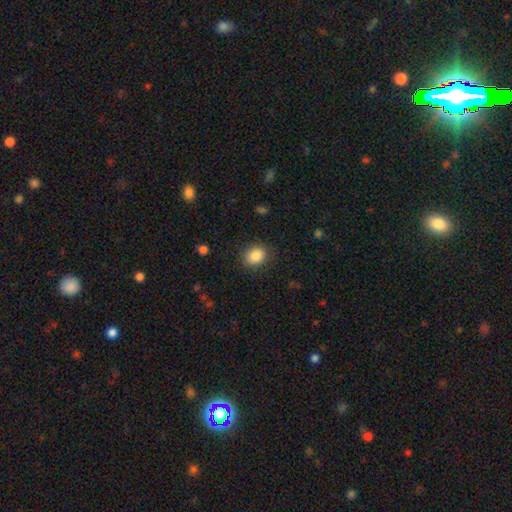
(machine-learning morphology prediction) smooth_or_featured: smooth (p=0.85) [alt: star or artifact p=0.09]
how_rounded: round (p=0.58) [alt: in between p=0.41]
merging: none (p=0.85) [alt: minor disturbance p=0.10]